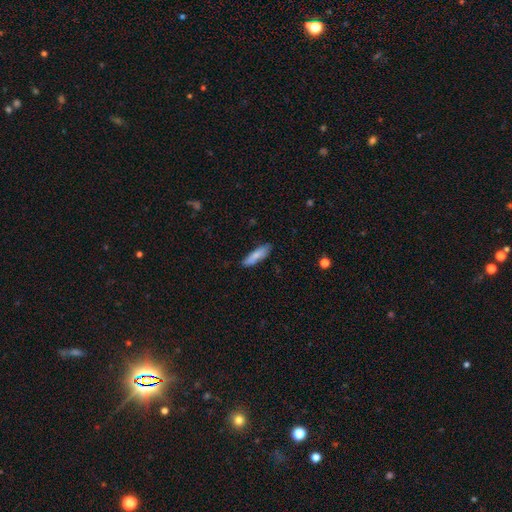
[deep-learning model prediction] This appears to be a smooth galaxy with no disk features (81%) that is cigar-shaped (66%). Merging: none (83%).